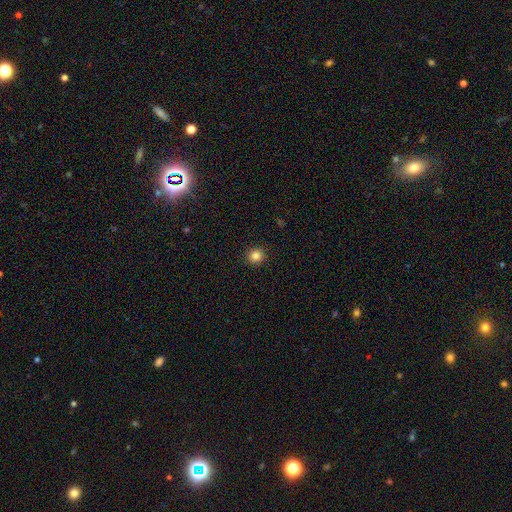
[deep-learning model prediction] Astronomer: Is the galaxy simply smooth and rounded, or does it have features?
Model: smooth — 85%.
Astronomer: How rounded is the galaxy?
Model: round — 92%.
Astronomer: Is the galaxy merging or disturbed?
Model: none — 92%.